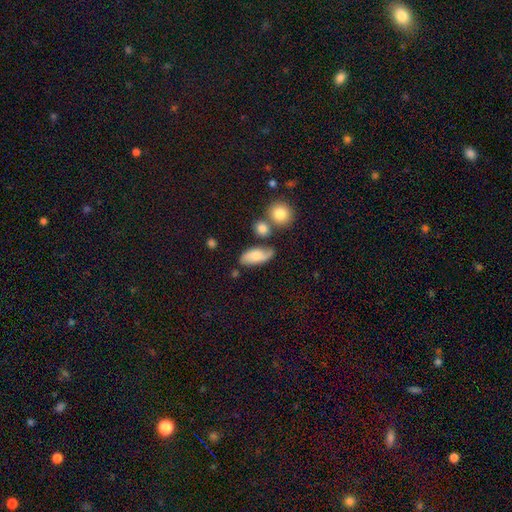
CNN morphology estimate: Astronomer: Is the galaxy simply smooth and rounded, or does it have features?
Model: smooth — 62%.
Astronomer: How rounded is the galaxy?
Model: in between — 86%.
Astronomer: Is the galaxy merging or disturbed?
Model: none — 58%.